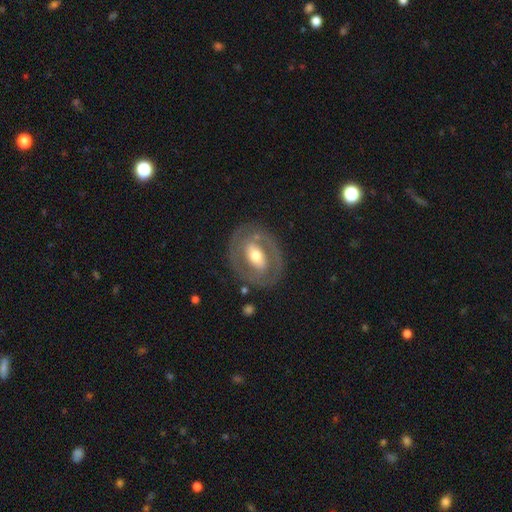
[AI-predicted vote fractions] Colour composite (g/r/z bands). It shows a featured or disk galaxy (68%) with no bar (37%), no spiral arms (60%) and a moderate central bulge (65%). Merging: none (79%).